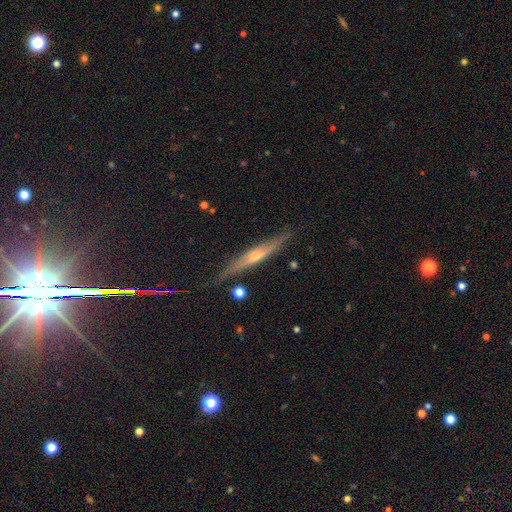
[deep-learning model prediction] The model was most divided on "edge-on bulge": rounded: 63%, none: 29%, boxy: 7%. More confident: edge-on disk — yes (95%); merging — none (85%); smooth or featured — featured or disk (66%).